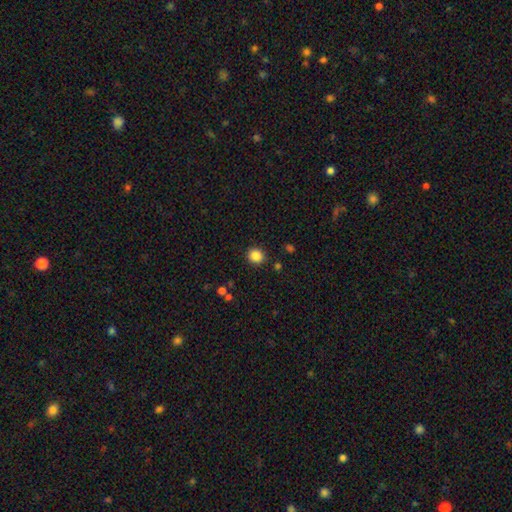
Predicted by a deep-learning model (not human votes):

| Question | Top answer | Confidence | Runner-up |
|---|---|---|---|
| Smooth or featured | smooth | 86% | star or artifact (11%) |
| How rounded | round | 79% | in between (21%) |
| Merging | none | 88% | minor disturbance (7%) |